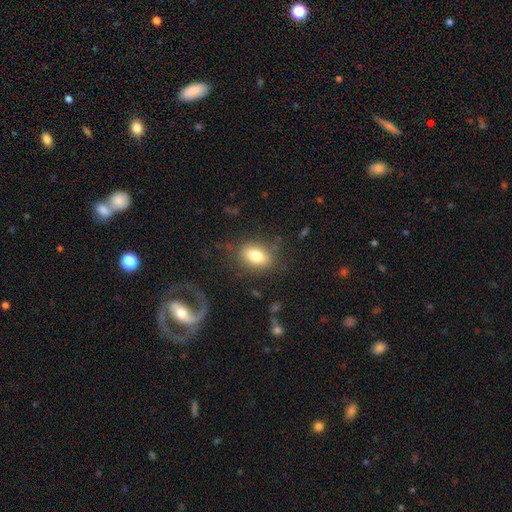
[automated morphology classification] smooth-or-featured: smooth: 79% | featured or disk: 13% | star or artifact: 8%
  how-rounded: in between: 81% | round: 17% | cigar-shaped: 2%
  merging: none: 78% | minor disturbance: 13% | major disturbance: 7% | merger: 2%